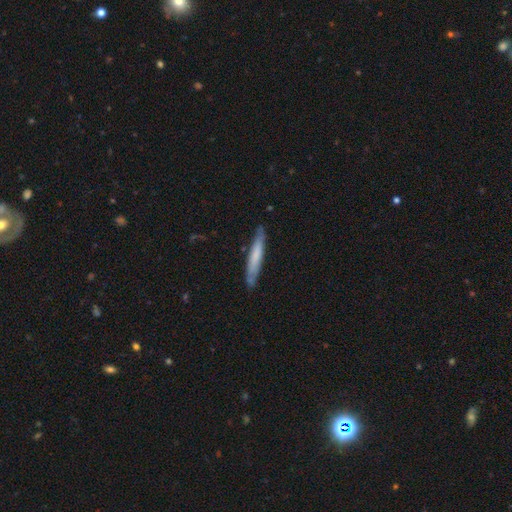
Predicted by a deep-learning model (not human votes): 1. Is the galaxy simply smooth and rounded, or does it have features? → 62% smooth, 32% featured or disk, 6% star or artifact.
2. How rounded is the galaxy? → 94% cigar-shaped, 5% in between, 1% round.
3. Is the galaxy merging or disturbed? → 81% none, 15% minor disturbance, 2% major disturbance, 2% merger.